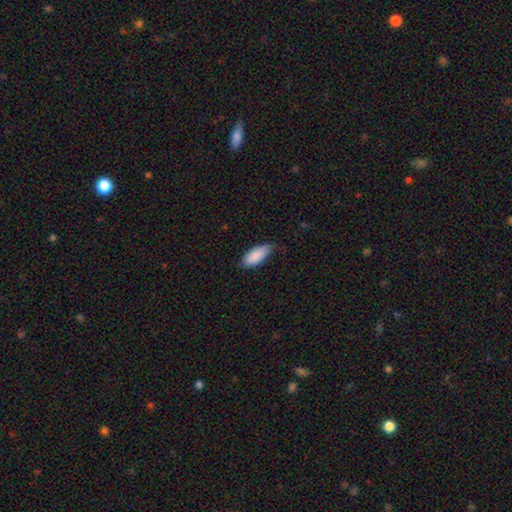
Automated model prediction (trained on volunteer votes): Smooth or featured?
  - smooth: 88% *
  - star or artifact: 6%
  - featured or disk: 5%
How rounded?
  - in between: 87% *
  - cigar-shaped: 12%
  - round: 2%
Merging?
  - none: 66% *
  - minor disturbance: 29%
  - major disturbance: 4%
  - merger: 1%